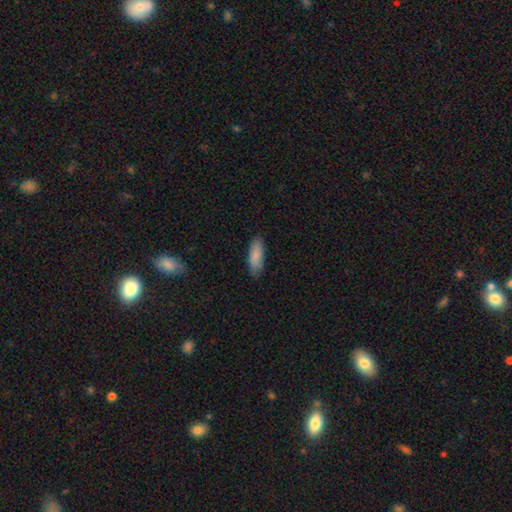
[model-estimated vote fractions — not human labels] A smooth galaxy with no disk features (87%) that is in between round and cigar-shaped (65%).

Vote fractions:
- Smooth or featured? smooth: 87% / featured or disk: 7% / star or artifact: 6%
- How rounded? in between: 65% / cigar-shaped: 33% / round: 2%
- Merging? none: 85% / minor disturbance: 12% / major disturbance: 2% / merger: 1%